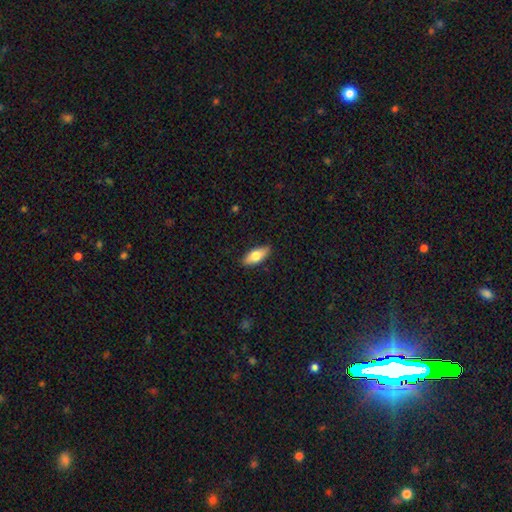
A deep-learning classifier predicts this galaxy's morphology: A smooth galaxy with no disk features (72%) that is in between round and cigar-shaped (80%).

Vote fractions:
- Smooth or featured? smooth: 72% / featured or disk: 22% / star or artifact: 6%
- How rounded? in between: 80% / cigar-shaped: 17% / round: 3%
- Merging? none: 87% / minor disturbance: 10% / major disturbance: 2% / merger: 1%